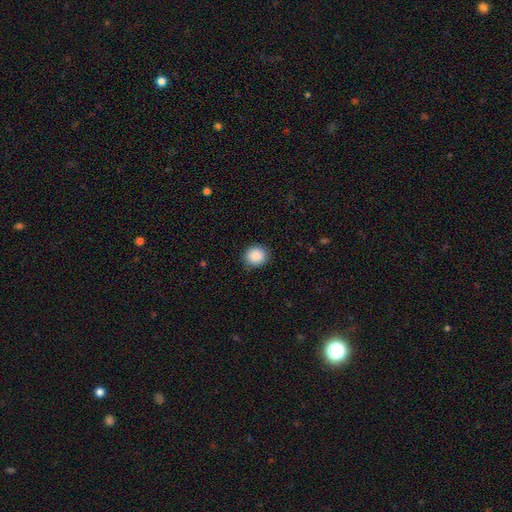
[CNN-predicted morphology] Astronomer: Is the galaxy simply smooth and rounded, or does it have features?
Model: smooth — 89%.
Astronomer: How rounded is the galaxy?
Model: round — 85%.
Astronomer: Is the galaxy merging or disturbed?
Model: none — 86%.